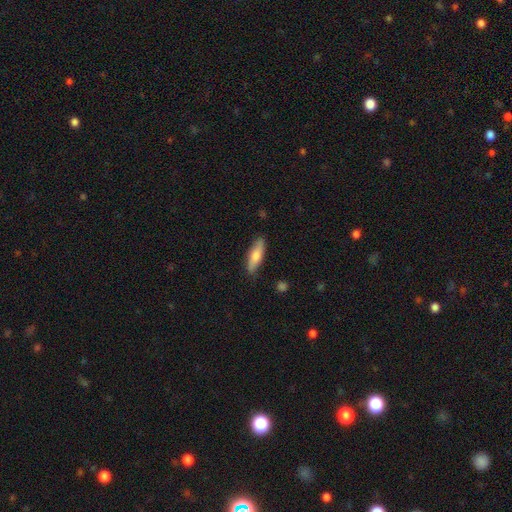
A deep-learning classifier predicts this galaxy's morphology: This appears to be a smooth galaxy with no disk features (69%) that is cigar-shaped (53%). Merging: none (83%).